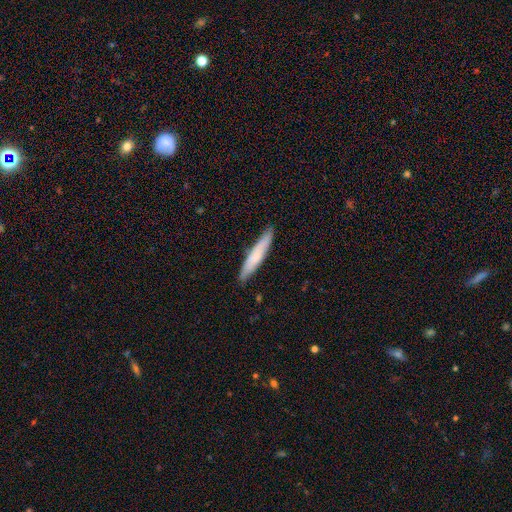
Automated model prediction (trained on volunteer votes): A smooth galaxy with no disk features (68%) that is cigar-shaped (91%). Merging: none (87%).